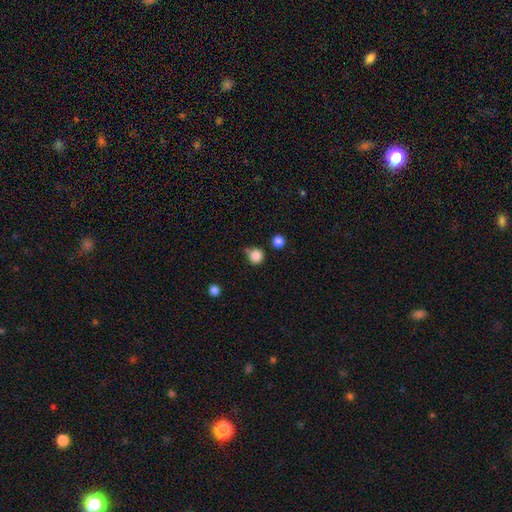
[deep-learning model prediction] The model was most divided on "merging": none: 68%, minor disturbance: 16%, merger: 11%, major disturbance: 5%. More confident: how rounded — round (92%); smooth or featured — smooth (85%).